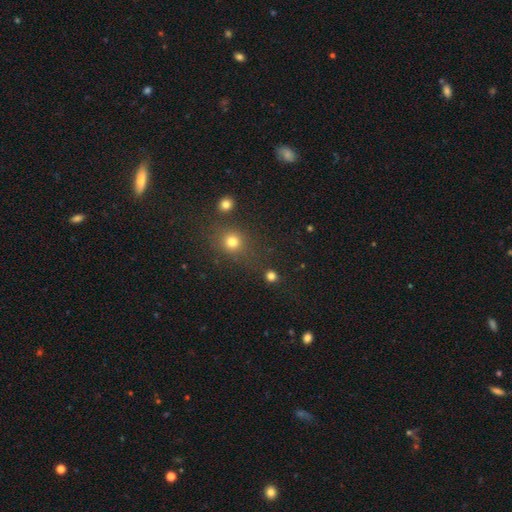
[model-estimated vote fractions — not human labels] A smooth galaxy with no disk features (53%) that is round (81%). Merging: none (78%).